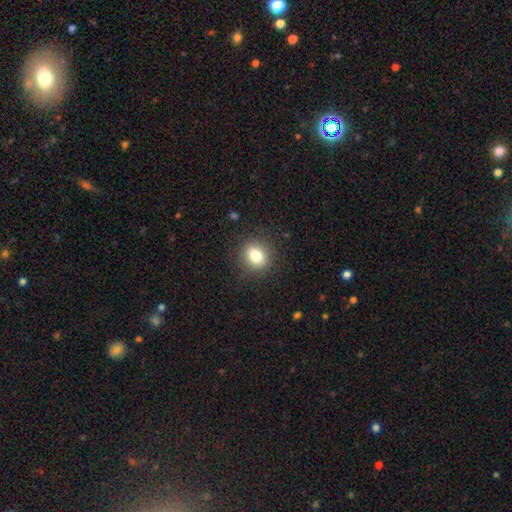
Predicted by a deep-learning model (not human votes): Smooth or featured? Predicted: smooth (p=0.80). How rounded? Predicted: round (p=0.62). Merging? Predicted: none (p=0.88).